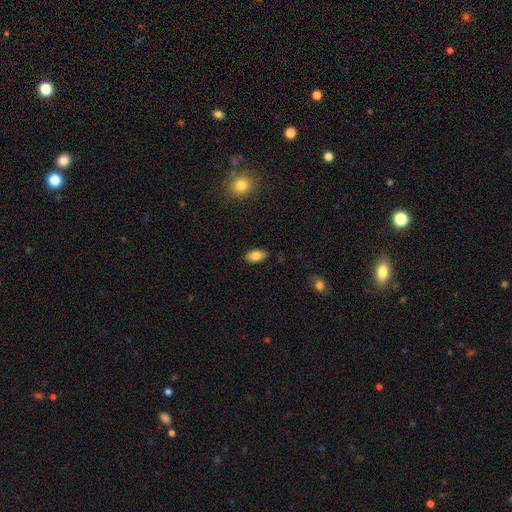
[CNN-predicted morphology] Smooth or featured? Predicted: smooth (p=0.83). How rounded? Predicted: in between (p=0.92). Merging? Predicted: none (p=0.87).